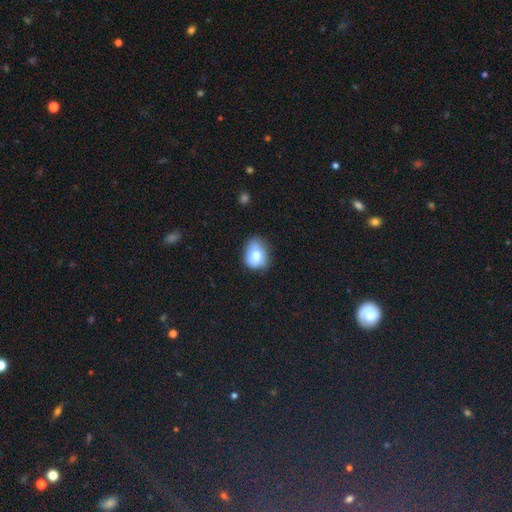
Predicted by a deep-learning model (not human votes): smooth 78%, featured or disk 13%, star or artifact 9%. Down the decision tree: how rounded — in between (52%); merging — none (59%).